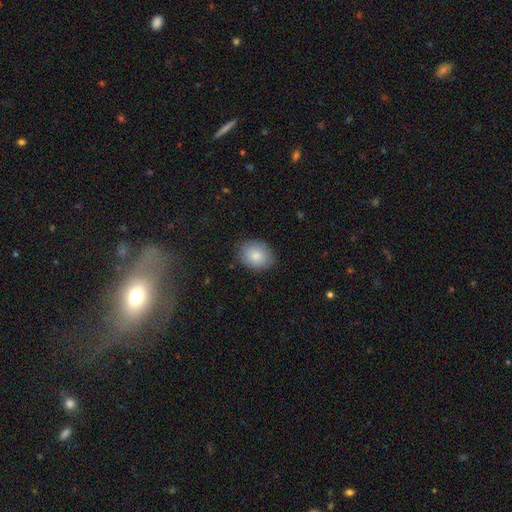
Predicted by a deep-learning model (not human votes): Smooth or featured?
  - smooth: 84% *
  - featured or disk: 9%
  - star or artifact: 7%
How rounded?
  - in between: 54% *
  - round: 45%
  - cigar-shaped: 1%
Merging?
  - none: 84% *
  - minor disturbance: 13%
  - major disturbance: 3%
  - merger: 1%